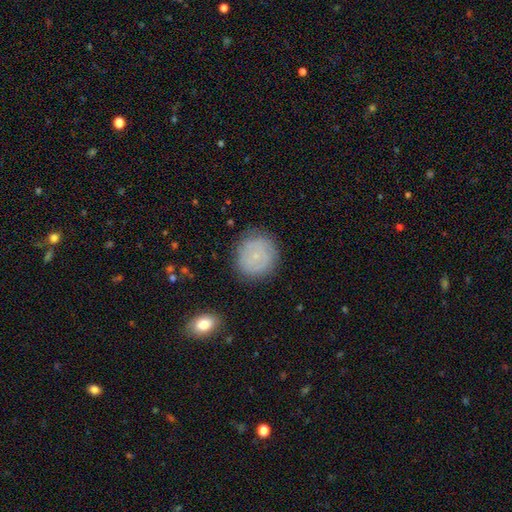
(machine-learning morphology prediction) smooth-or-featured: smooth: 46% | featured or disk: 45% | star or artifact: 9%
  merging: none: 84% | minor disturbance: 11% | major disturbance: 3% | merger: 1%